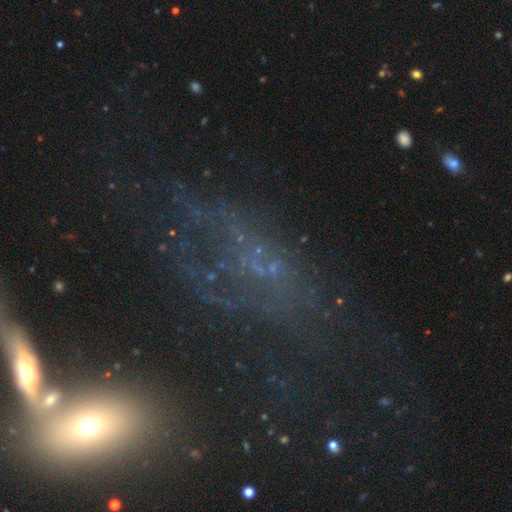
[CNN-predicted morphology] A featured or disk galaxy (47%).

Vote fractions:
- Smooth or featured? featured or disk: 47% / smooth: 26% / star or artifact: 26%
- Merging? none: 33% (tied) / major disturbance: 33% (tied) / merger: 17% / minor disturbance: 16%